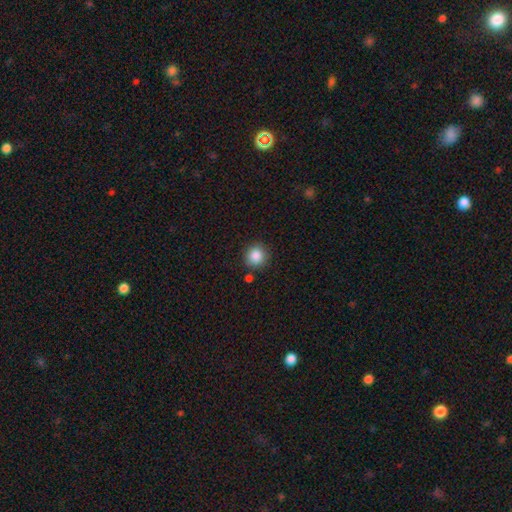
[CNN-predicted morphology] smooth_or_featured: smooth (p=0.87) [alt: star or artifact p=0.09]
how_rounded: round (p=0.92) [alt: in between p=0.07]
merging: none (p=0.84) [alt: minor disturbance p=0.09]